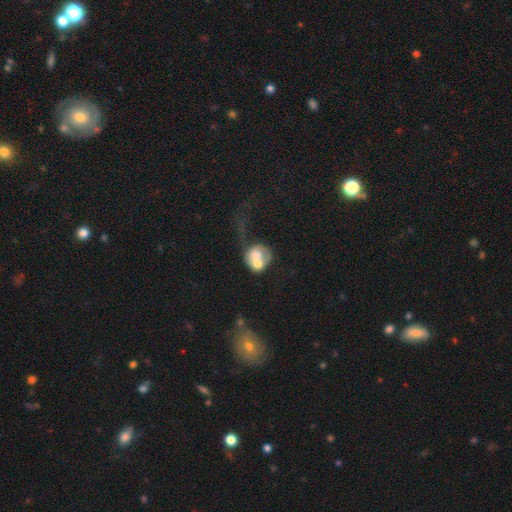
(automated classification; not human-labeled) smooth-or-featured: smooth: 53% | featured or disk: 39% | star or artifact: 8%
  how-rounded: round: 62% | in between: 37% | cigar-shaped: 1%
  merging: merger: 64% | major disturbance: 15% | none: 13% | minor disturbance: 8%